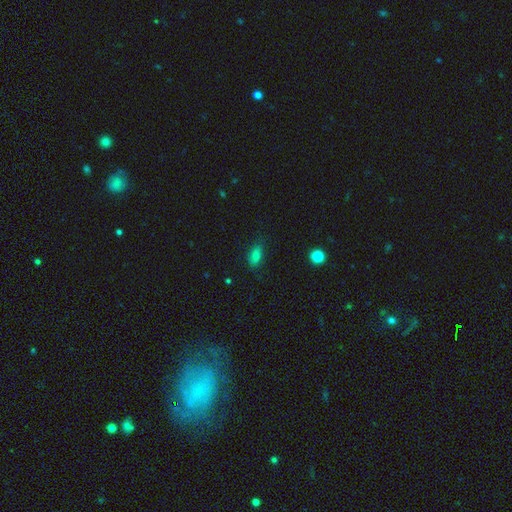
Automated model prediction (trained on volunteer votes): The model was most divided on "merging": none: 75%, minor disturbance: 19%, major disturbance: 5%, merger: 2%. More confident: how rounded — in between (83%); smooth or featured — smooth (79%).